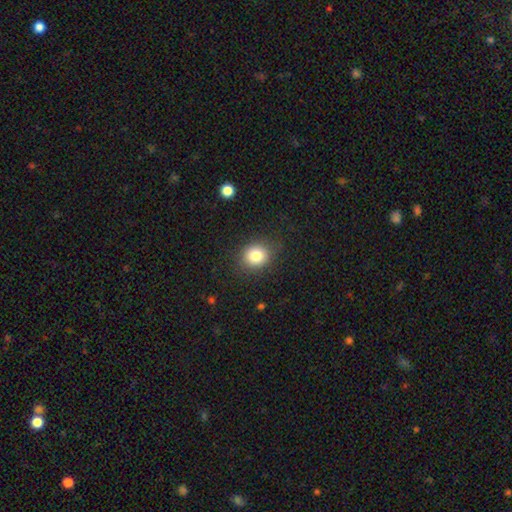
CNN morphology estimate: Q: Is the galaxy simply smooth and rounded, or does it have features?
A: smooth — 82%.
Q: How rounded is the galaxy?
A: round — 73%.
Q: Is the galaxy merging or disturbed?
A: none — 85%.